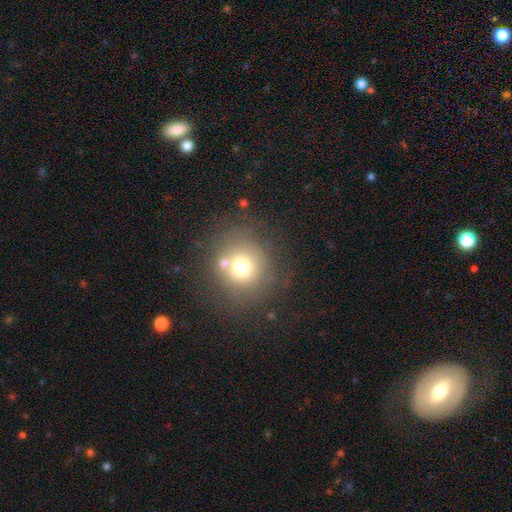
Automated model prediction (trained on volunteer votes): Q: Smooth or featured?
A: smooth (65%); runner-up: star or artifact (20%)
Q: How rounded?
A: round (91%); runner-up: in between (8%)
Q: Merging?
A: none (71%); runner-up: merger (14%)